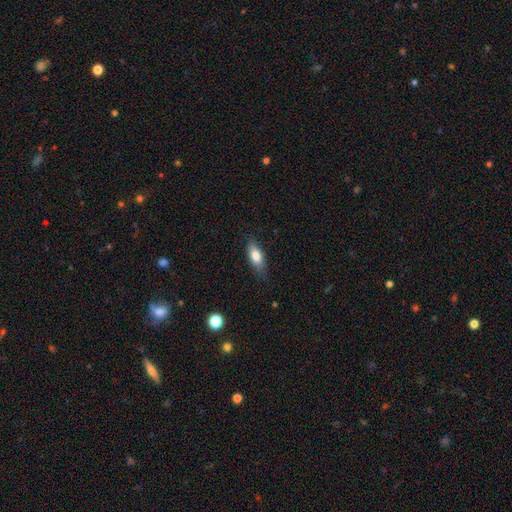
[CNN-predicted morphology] Smooth or featured?
  - smooth: 77% *
  - featured or disk: 16%
  - star or artifact: 7%
How rounded?
  - in between: 76% *
  - cigar-shaped: 20%
  - round: 3%
Merging?
  - none: 80% *
  - minor disturbance: 16%
  - major disturbance: 3%
  - merger: 1%